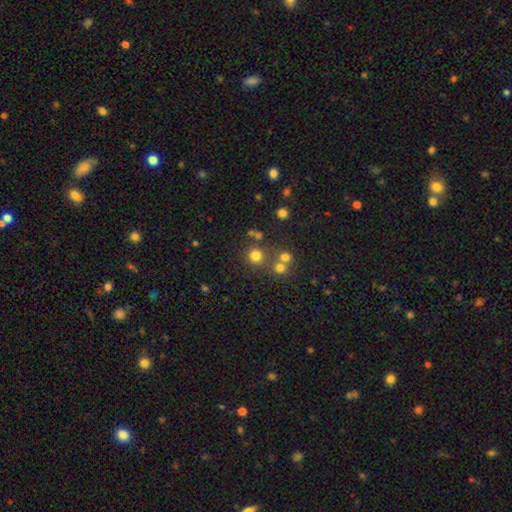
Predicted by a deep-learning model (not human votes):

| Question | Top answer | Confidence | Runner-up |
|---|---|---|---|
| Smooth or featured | smooth | 74% | star or artifact (18%) |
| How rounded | round | 93% | in between (6%) |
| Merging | none | 73% | merger (17%) |